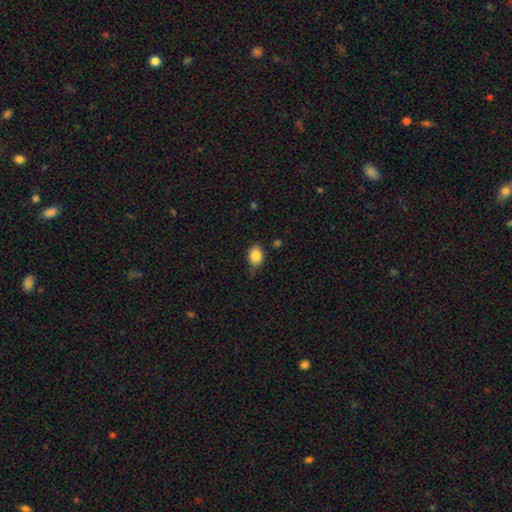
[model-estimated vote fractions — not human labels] This is clearly a smooth galaxy (86%). How rounded: likely in between (65%). Merging: likely none (72%).